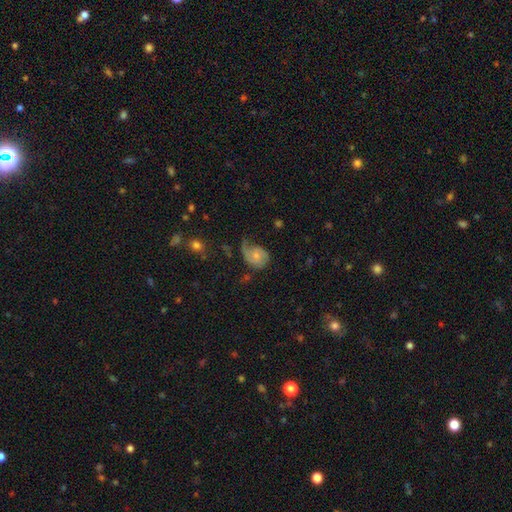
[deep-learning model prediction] This appears to be a featured or disk galaxy (57%) with no bar (70%), spiral arms (87%) and a small central bulge (55%). Merging: none (34%).